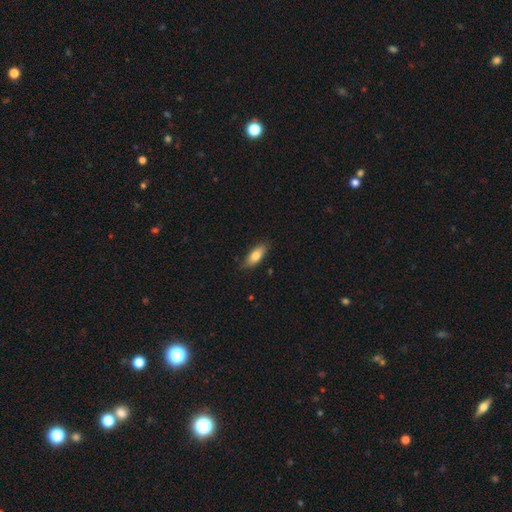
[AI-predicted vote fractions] The model was most divided on "how rounded": in between: 78%, cigar-shaped: 20%, round: 3%. More confident: merging — none (81%); smooth or featured — smooth (77%).